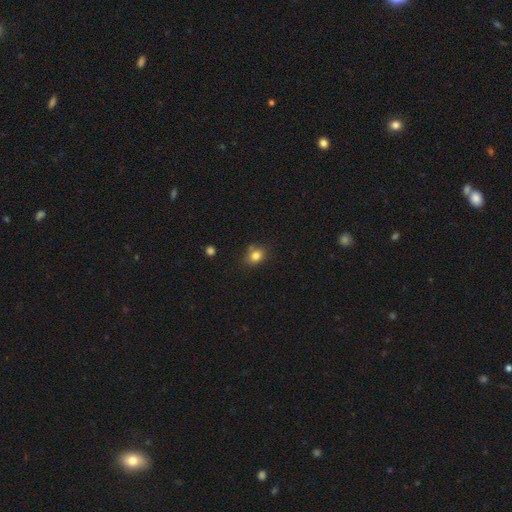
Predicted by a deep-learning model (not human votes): This is clearly a smooth galaxy (81%). How rounded: possibly round (58%). Merging: likely none (70%).